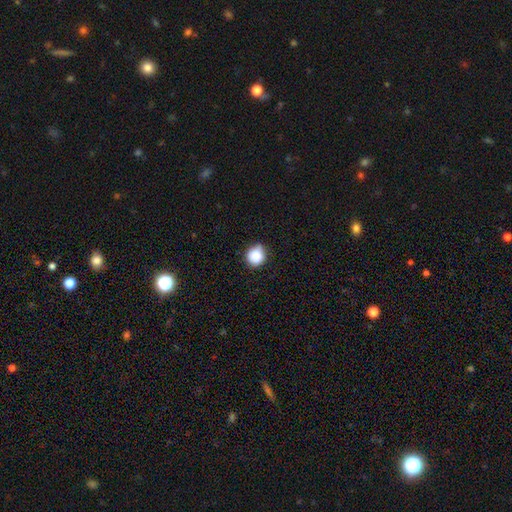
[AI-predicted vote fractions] A smooth galaxy with no disk features (86%) that is round (84%). Merging: none (71%).